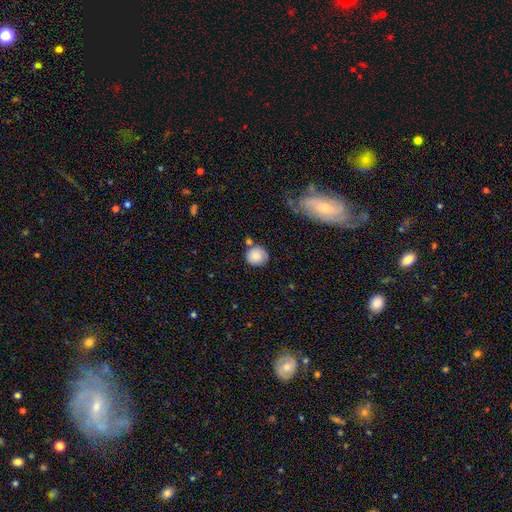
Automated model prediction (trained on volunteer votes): smooth_or_featured: smooth (p=0.84) [alt: featured or disk p=0.08]
how_rounded: round (p=0.86) [alt: in between p=0.13]
merging: none (p=0.75) [alt: minor disturbance p=0.13]